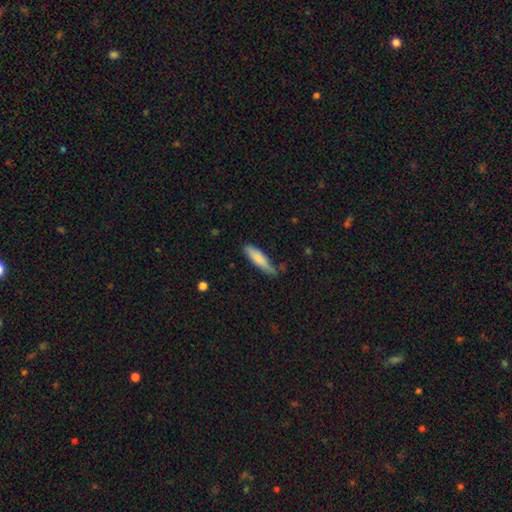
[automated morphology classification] smooth_or_featured: smooth (p=0.79) [alt: featured or disk p=0.15]
how_rounded: cigar-shaped (p=0.72) [alt: in between p=0.27]
merging: none (p=0.68) [alt: minor disturbance p=0.25]